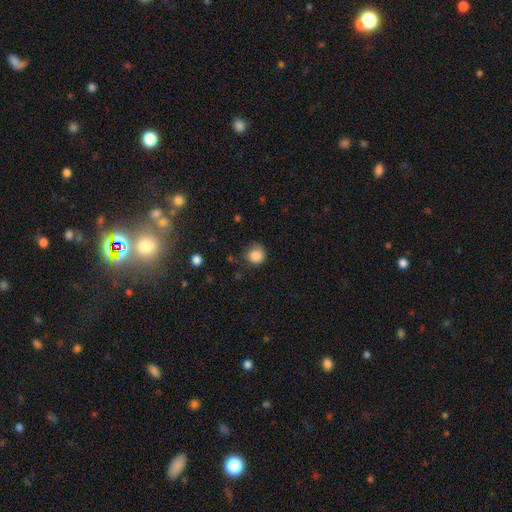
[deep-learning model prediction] Q: Smooth or featured?
A: smooth (86%); runner-up: star or artifact (10%)
Q: How rounded?
A: round (90%); runner-up: in between (9%)
Q: Merging?
A: none (72%); runner-up: minor disturbance (21%)